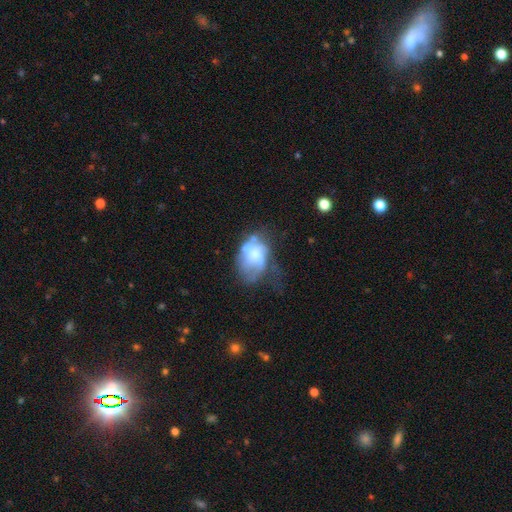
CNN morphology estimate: This appears to be a featured or disk galaxy (50%). Merging: major disturbance (42%).